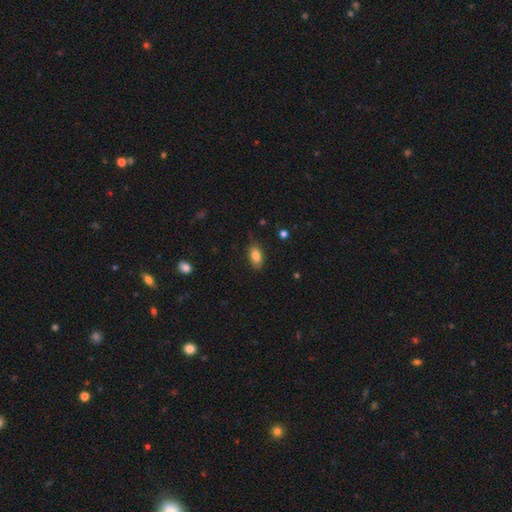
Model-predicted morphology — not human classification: Smooth or featured? smooth (84%)
How rounded? in between (89%)
Merging? none (79%)